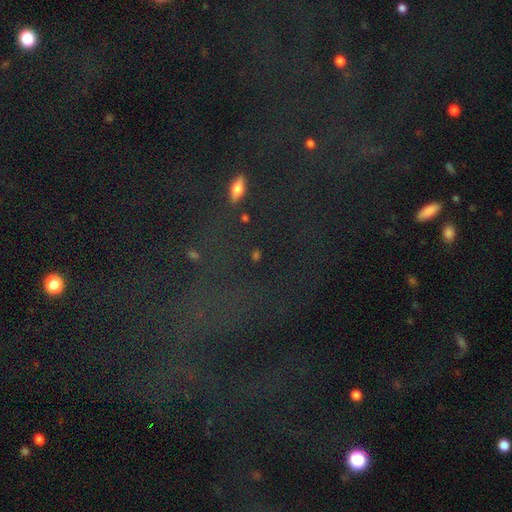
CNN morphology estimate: Q: Smooth or featured?
A: star or artifact (42%); runner-up: smooth (41%)